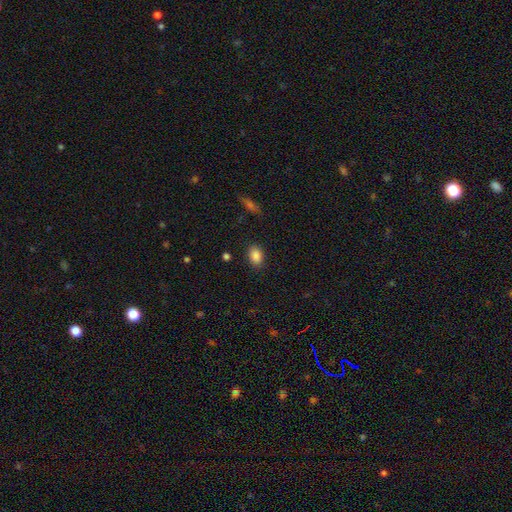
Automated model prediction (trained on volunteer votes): Smooth or featured: smooth — 87% (star or artifact — 9%)
How rounded: in between — 81% (round — 18%)
Merging: none — 86% (minor disturbance — 10%)